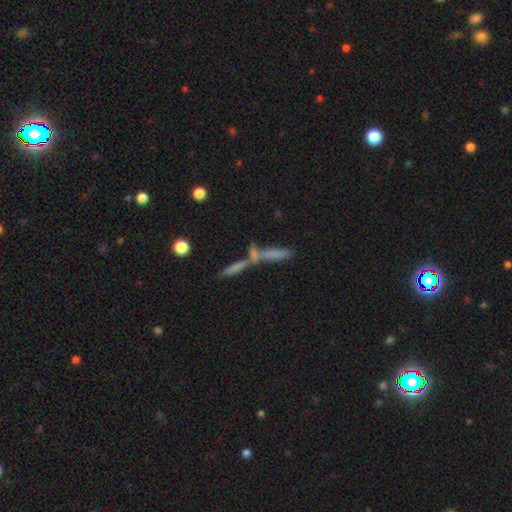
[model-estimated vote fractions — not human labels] Smooth or featured: smooth — 49% (featured or disk — 35%)
Merging: merger — 48% (none — 39%)